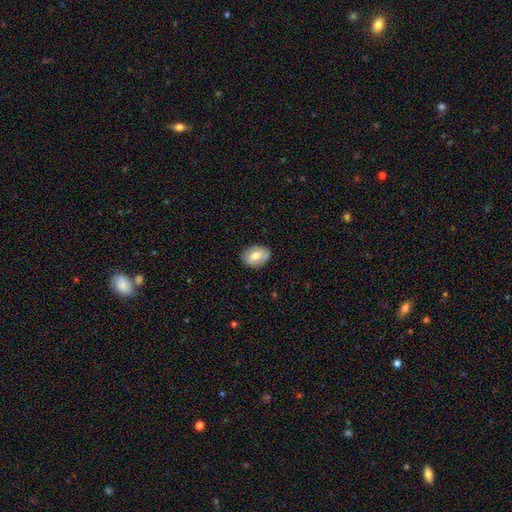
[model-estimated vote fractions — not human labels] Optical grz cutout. It shows a smooth galaxy with no disk features (63%) that is in between round and cigar-shaped (73%). Merging: none (81%).